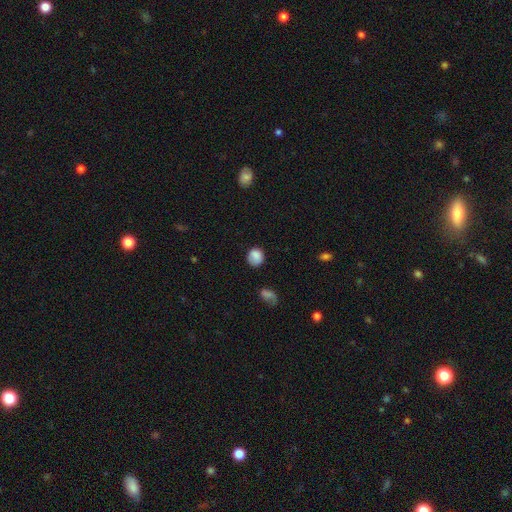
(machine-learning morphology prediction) smooth_or_featured: smooth (p=0.84) [alt: star or artifact p=0.09]
how_rounded: round (p=0.80) [alt: in between p=0.18]
merging: none (p=0.73) [alt: minor disturbance p=0.19]